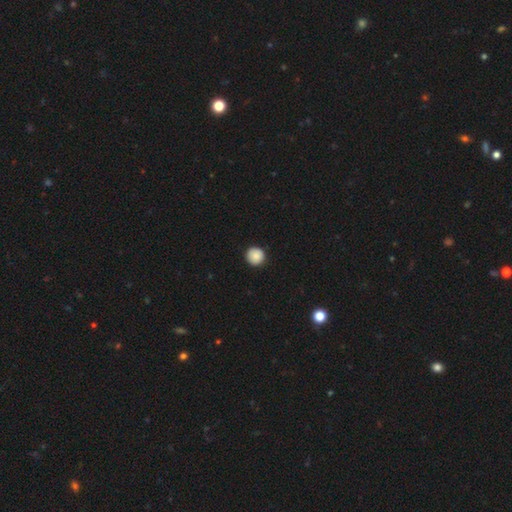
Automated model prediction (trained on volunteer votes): Smooth or featured? smooth (87%)
How rounded? round (96%)
Merging? none (92%)